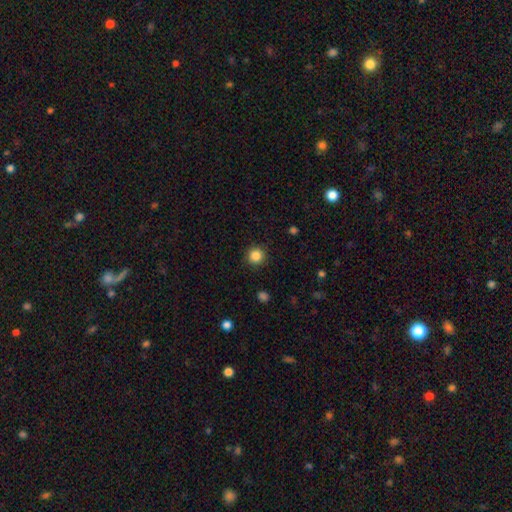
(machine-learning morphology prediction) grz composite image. It shows a smooth galaxy with no disk features (86%) that is round (94%). Merging: none (91%).